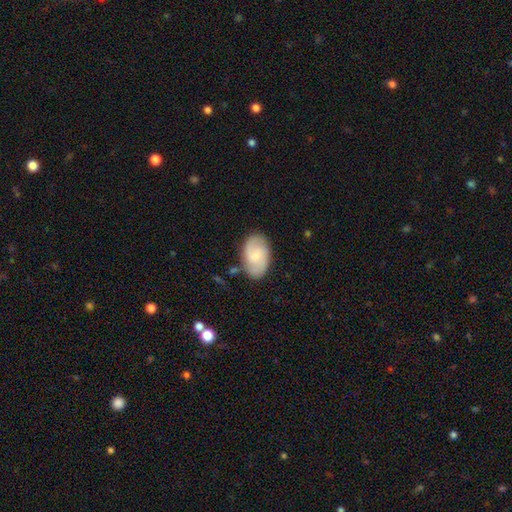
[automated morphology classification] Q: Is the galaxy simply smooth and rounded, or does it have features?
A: featured or disk — 51%.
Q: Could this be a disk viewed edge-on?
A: no — 96%.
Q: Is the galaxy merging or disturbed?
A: none — 77%.